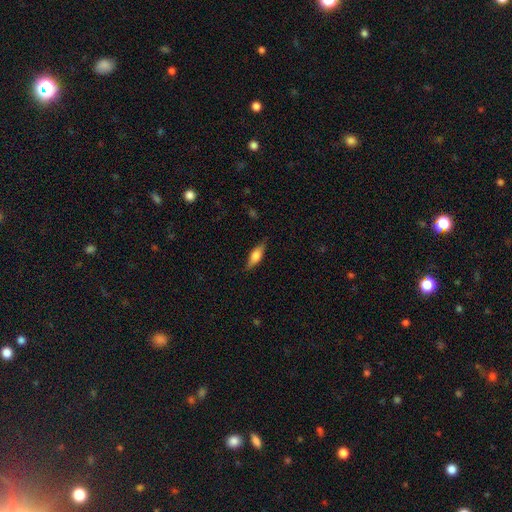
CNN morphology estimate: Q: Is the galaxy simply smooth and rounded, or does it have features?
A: smooth — 59%.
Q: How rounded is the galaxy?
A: in between — 61%.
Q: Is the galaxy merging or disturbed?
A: none — 81%.